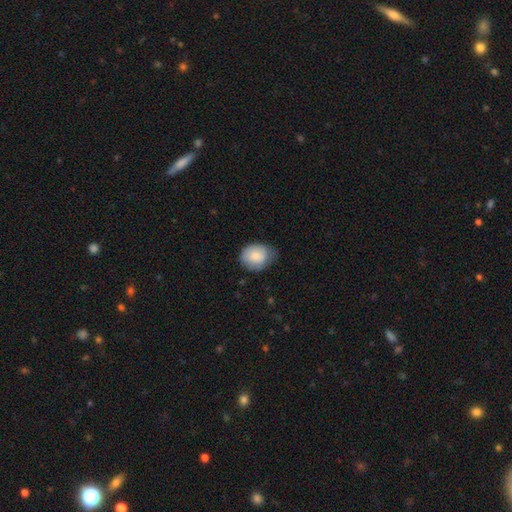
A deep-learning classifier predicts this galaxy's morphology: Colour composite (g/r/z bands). It shows a smooth galaxy with no disk features (85%) that is in between round and cigar-shaped (52%). Merging: none (58%).